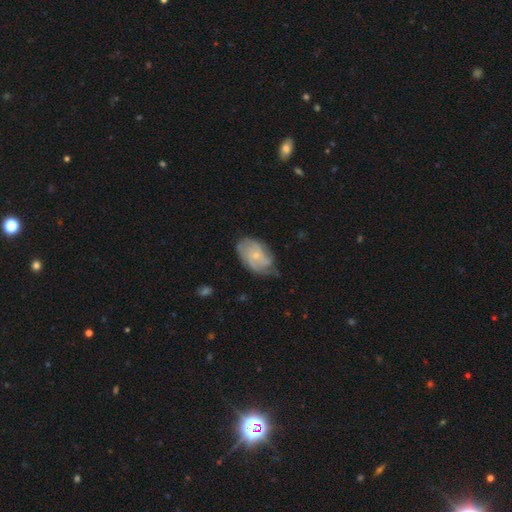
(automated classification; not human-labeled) Overall: featured or disk (67%). Edge-on disk: no (97%). Bar: no (75%). Spiral arms: yes (89%). Spiral arm count: can't tell (37%; 2 25%). Spiral winding: tight (48%; medium 37%). Bulge size: small (74%). Merging: none (56%; minor disturbance 32%).